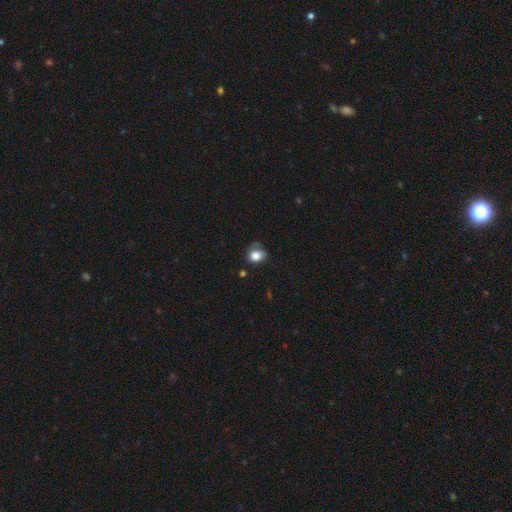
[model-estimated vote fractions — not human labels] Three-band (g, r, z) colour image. It shows a smooth galaxy with no disk features (80%) that is round (64%). Merging: none (48%).